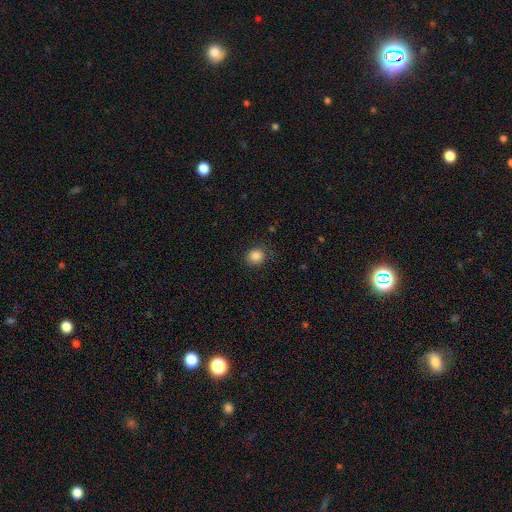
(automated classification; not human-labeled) smooth_or_featured: smooth (p=0.86) [alt: star or artifact p=0.10]
how_rounded: round (p=0.87) [alt: in between p=0.12]
merging: none (p=0.85) [alt: minor disturbance p=0.11]